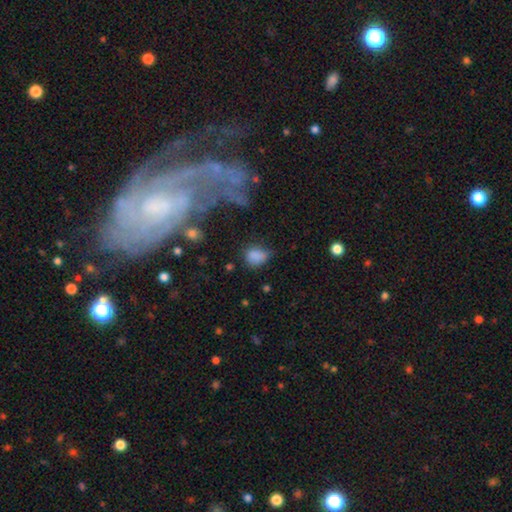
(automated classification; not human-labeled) smooth-or-featured: smooth: 81% | star or artifact: 11% | featured or disk: 8%
  how-rounded: in between: 62% | round: 36% | cigar-shaped: 2%
  merging: none: 50% | minor disturbance: 32% | major disturbance: 13% | merger: 5%